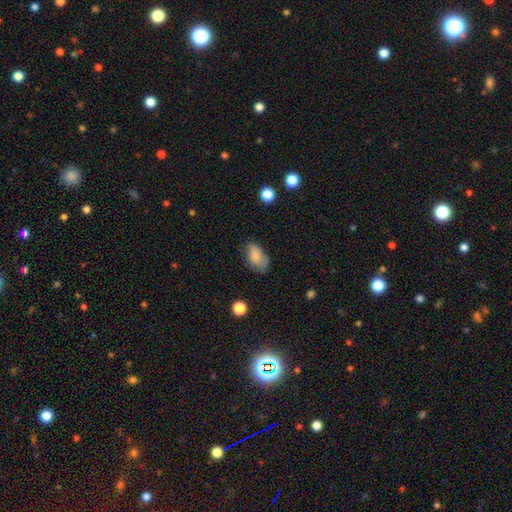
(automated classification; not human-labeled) Smooth or featured? Predicted: smooth (p=0.82). How rounded? Predicted: in between (p=0.92). Merging? Predicted: none (p=0.58).